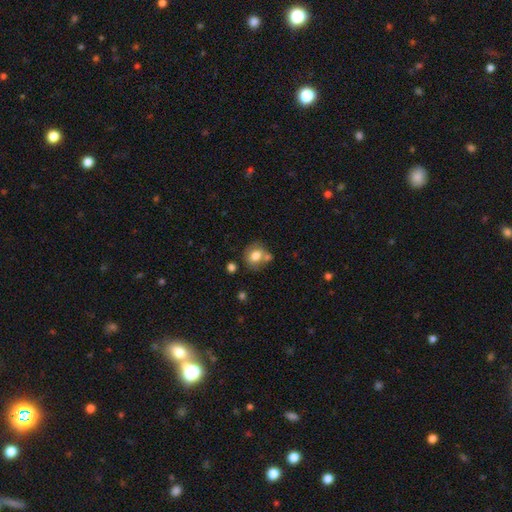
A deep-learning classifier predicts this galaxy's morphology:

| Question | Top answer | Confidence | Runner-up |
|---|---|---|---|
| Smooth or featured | smooth | 74% | featured or disk (16%) |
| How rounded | round | 65% | in between (34%) |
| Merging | none | 54% | merger (24%) |